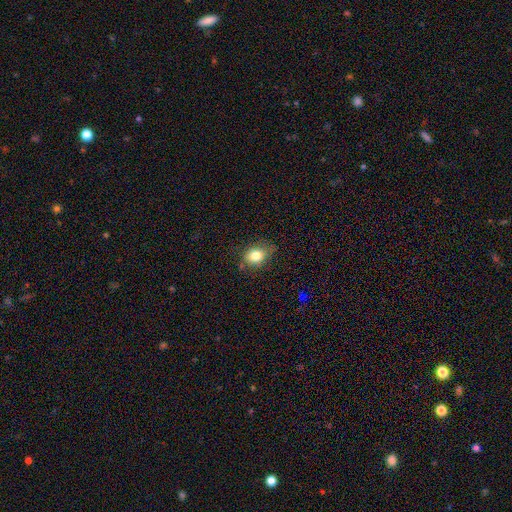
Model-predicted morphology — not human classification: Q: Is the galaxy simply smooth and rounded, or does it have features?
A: smooth — 80%.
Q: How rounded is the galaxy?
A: in between — 52%.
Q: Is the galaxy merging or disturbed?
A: none — 67%.